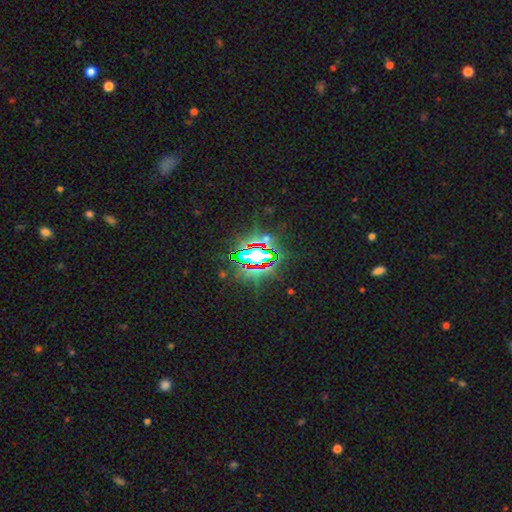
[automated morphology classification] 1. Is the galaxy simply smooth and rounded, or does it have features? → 79% star or artifact, 12% smooth, 9% featured or disk.